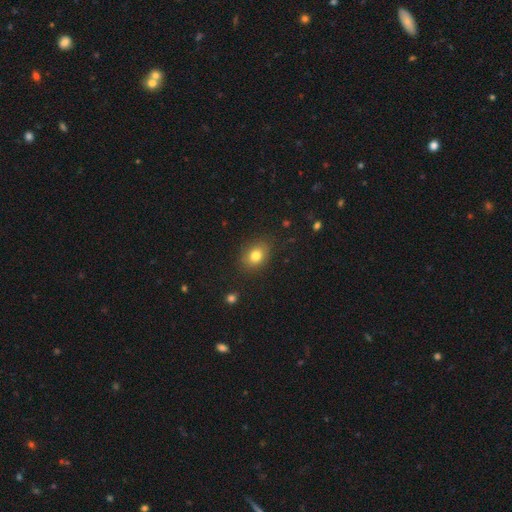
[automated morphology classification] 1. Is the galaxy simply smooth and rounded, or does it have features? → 80% smooth, 11% star or artifact, 9% featured or disk.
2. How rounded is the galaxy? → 61% in between, 38% round, 1% cigar-shaped.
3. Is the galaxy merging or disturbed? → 84% none, 11% minor disturbance, 3% major disturbance, 1% merger.